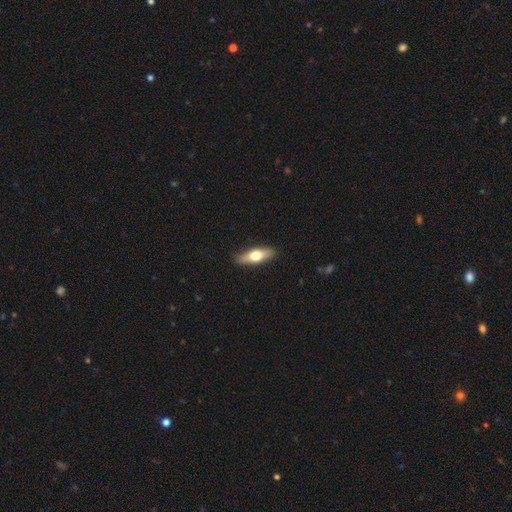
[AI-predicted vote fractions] Q: Smooth or featured?
A: smooth (53%); runner-up: featured or disk (41%)
Q: How rounded?
A: in between (50%); runner-up: cigar-shaped (47%)
Q: Merging?
A: none (89%); runner-up: minor disturbance (8%)